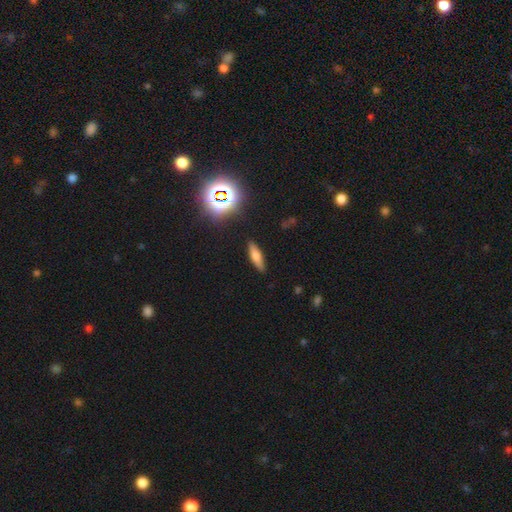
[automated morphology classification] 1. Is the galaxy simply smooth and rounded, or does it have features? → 60% smooth, 27% featured or disk, 14% star or artifact.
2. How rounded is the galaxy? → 66% cigar-shaped, 31% in between, 3% round.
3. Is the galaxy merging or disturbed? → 88% none, 8% minor disturbance, 2% major disturbance, 2% merger.